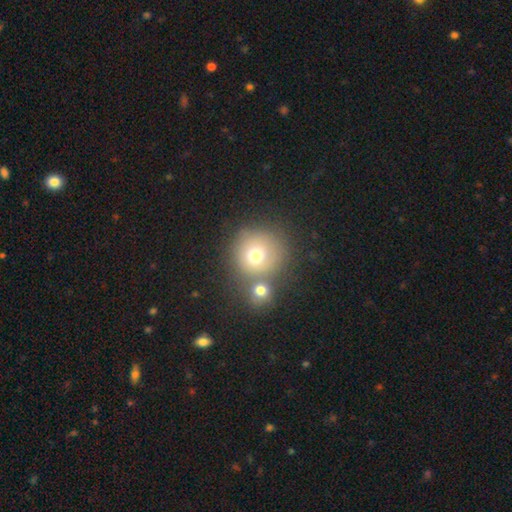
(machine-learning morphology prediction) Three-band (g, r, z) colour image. It shows a smooth galaxy with no disk features (71%) that is round (92%). Merging: none (54%).